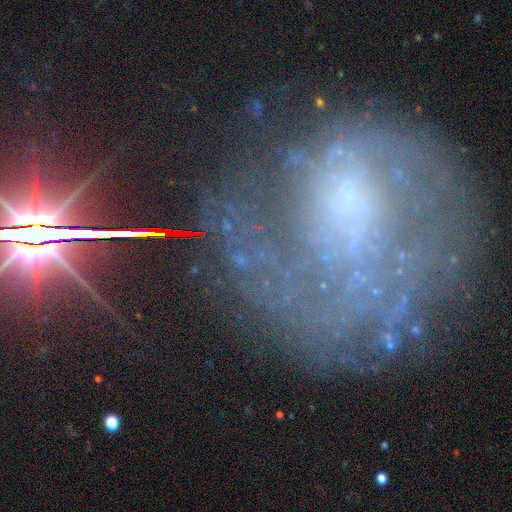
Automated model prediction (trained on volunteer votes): smooth_or_featured: featured or disk (p=0.58) [alt: star or artifact p=0.24]
disk_edge_on: no (p=0.94) [alt: yes p=0.06]
bar: no (p=0.66) [alt: weak p=0.23]
has_spiral_arms: yes (p=0.62) [alt: no p=0.38]
bulge_size: none (p=0.36) [alt: small p=0.28]
merging: none (p=0.50) [alt: major disturbance p=0.27]